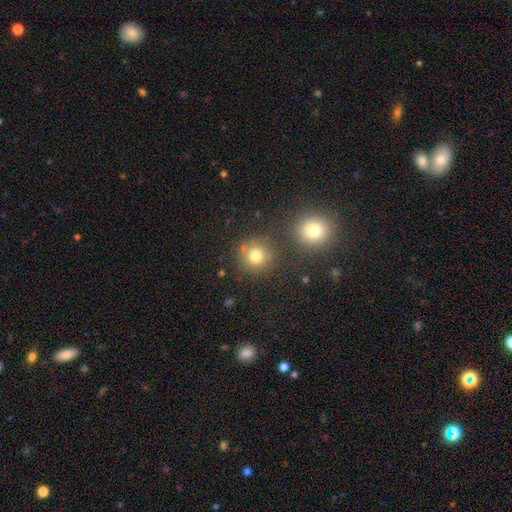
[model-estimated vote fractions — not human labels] smooth 76%, star or artifact 15%, featured or disk 8%. Down the decision tree: how rounded — round (91%); merging — none (74%).